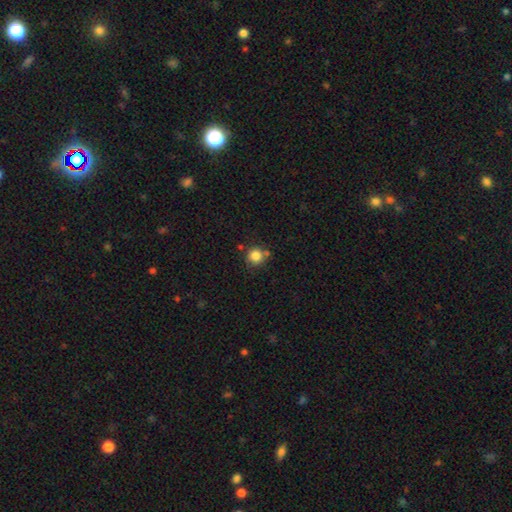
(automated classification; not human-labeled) This appears to be a smooth galaxy with no disk features (83%) that is round (92%). Merging: none (72%).